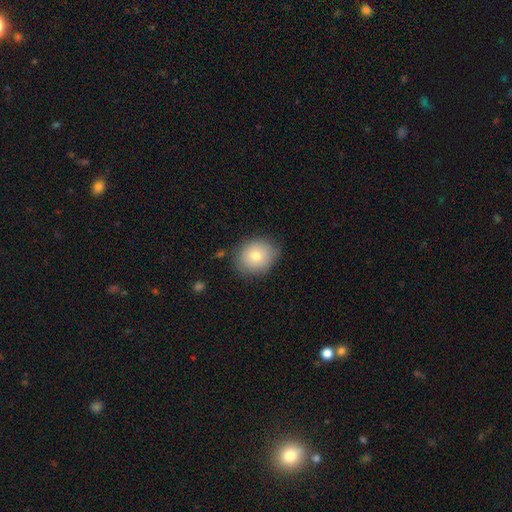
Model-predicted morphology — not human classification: smooth_or_featured: smooth (p=0.76) [alt: featured or disk p=0.14]
how_rounded: round (p=0.69) [alt: in between p=0.30]
merging: none (p=0.80) [alt: minor disturbance p=0.15]